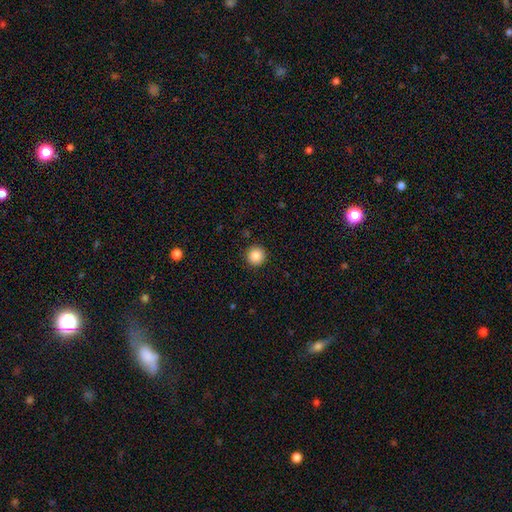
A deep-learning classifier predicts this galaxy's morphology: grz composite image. It shows a smooth galaxy with no disk features (87%) that is round (96%). Merging: none (92%).